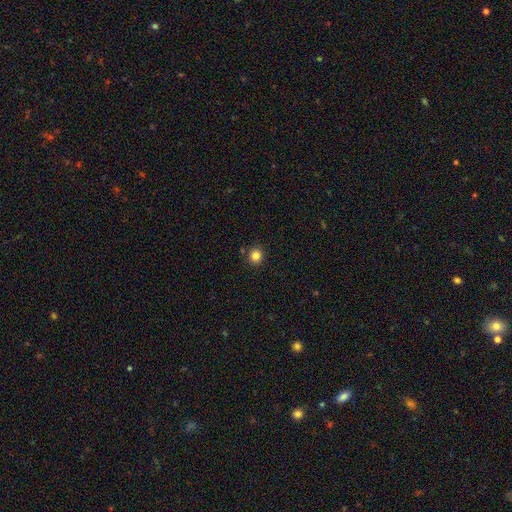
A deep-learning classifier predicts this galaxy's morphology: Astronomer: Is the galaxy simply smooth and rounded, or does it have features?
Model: smooth — 83%.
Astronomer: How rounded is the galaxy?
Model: round — 92%.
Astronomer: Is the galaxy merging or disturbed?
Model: none — 89%.